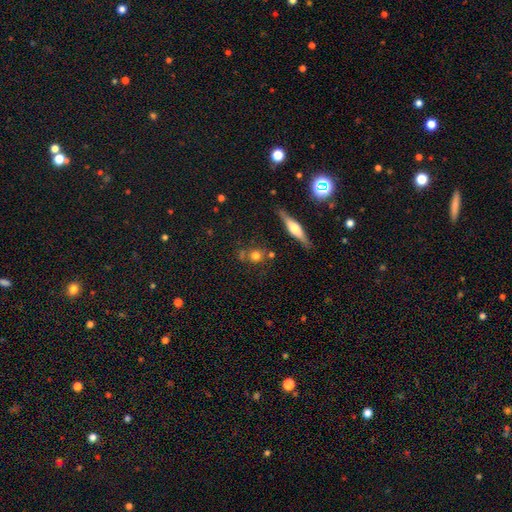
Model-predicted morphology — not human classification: Q: Smooth or featured?
A: smooth (66%); runner-up: featured or disk (20%)
Q: How rounded?
A: round (77%); runner-up: in between (17%)
Q: Merging?
A: none (67%); runner-up: merger (14%)